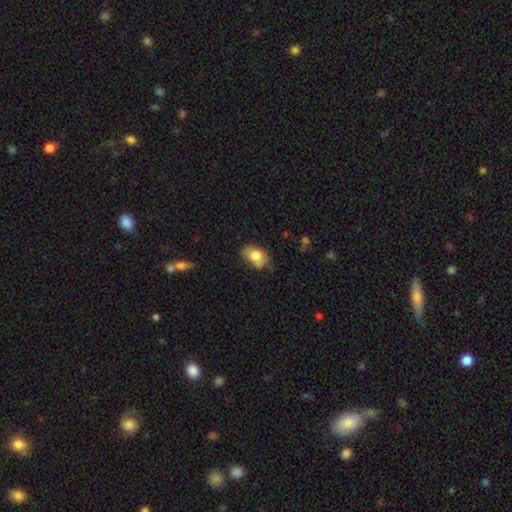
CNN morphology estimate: smooth-or-featured: smooth: 78% | featured or disk: 15% | star or artifact: 8%
  how-rounded: in between: 85% | round: 14% | cigar-shaped: 1%
  merging: none: 60% | minor disturbance: 27% | merger: 8% | major disturbance: 6%